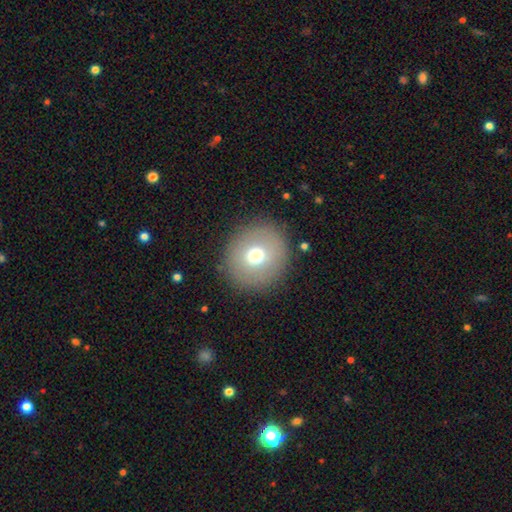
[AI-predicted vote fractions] Morphology: type=smooth (69%); roundness=round (92%); merging=none (89%).